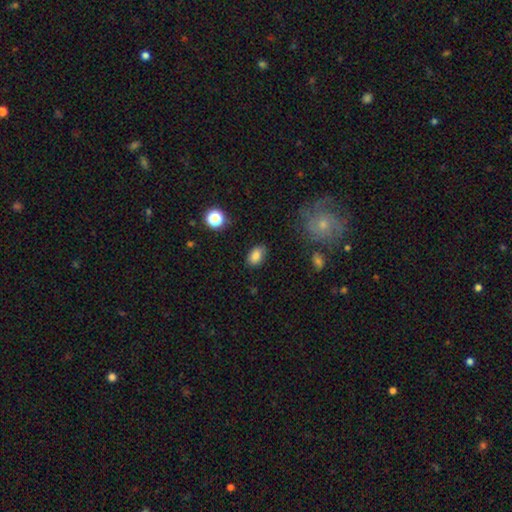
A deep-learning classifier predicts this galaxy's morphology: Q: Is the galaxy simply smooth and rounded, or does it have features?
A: smooth — 83%.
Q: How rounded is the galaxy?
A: in between — 85%.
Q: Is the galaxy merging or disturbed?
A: none — 82%.